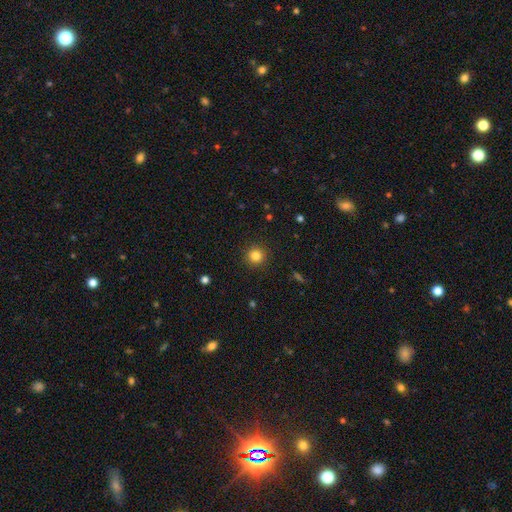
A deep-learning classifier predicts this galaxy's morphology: Smooth or featured? smooth (83%)
How rounded? round (95%)
Merging? none (92%)